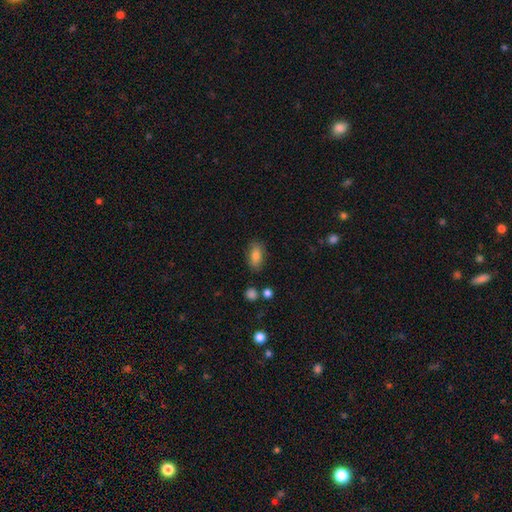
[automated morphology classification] This is likely a smooth galaxy (79%). How rounded: clearly in between (87%). Merging: clearly none (82%).